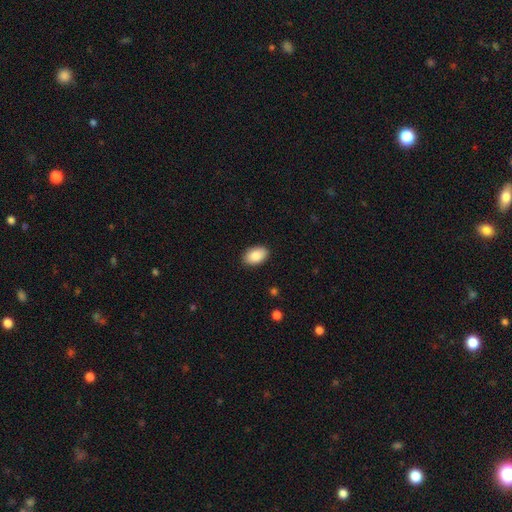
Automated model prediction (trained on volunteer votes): Smooth or featured? Predicted: smooth (p=0.87). How rounded? Predicted: in between (p=0.91). Merging? Predicted: none (p=0.89).